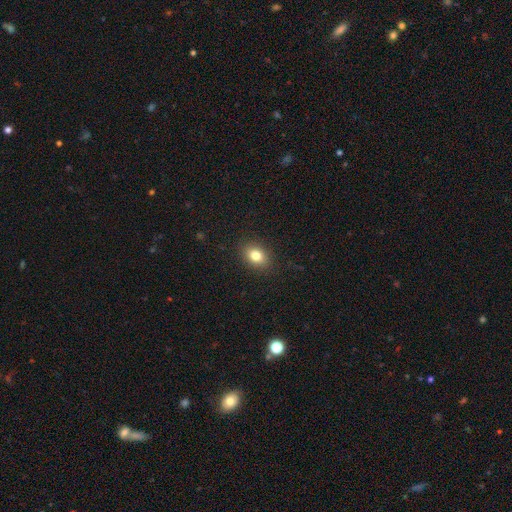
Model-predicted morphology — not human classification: Smooth or featured? smooth (81%)
How rounded? in between (67%)
Merging? none (89%)